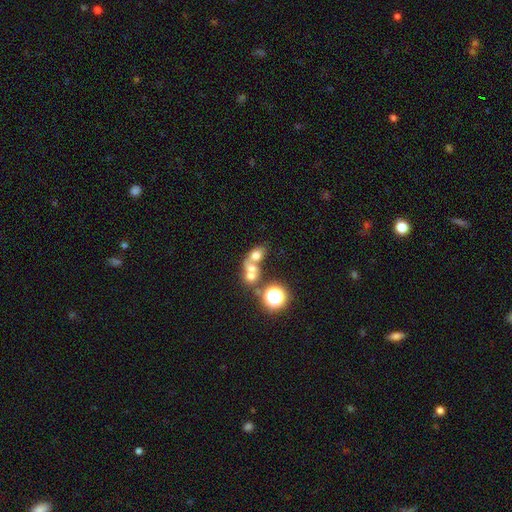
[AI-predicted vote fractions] smooth-or-featured: smooth: 62% | featured or disk: 20% | star or artifact: 18%
  how-rounded: in between: 52% | round: 46% | cigar-shaped: 2%
  merging: merger: 61% | none: 26% | minor disturbance: 7% | major disturbance: 6%